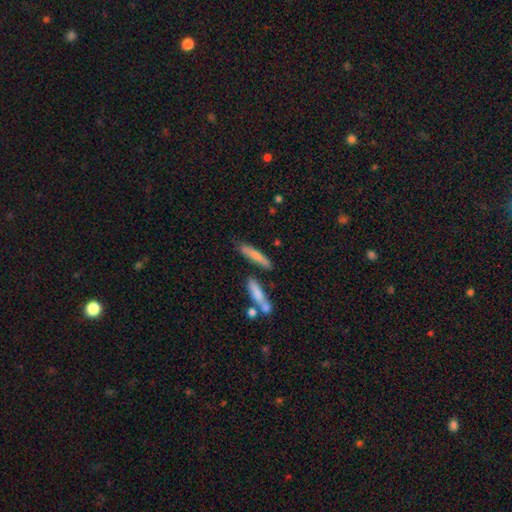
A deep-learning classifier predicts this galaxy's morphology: This appears to be a smooth galaxy with no disk features (72%) that is cigar-shaped (84%). Merging: none (69%).